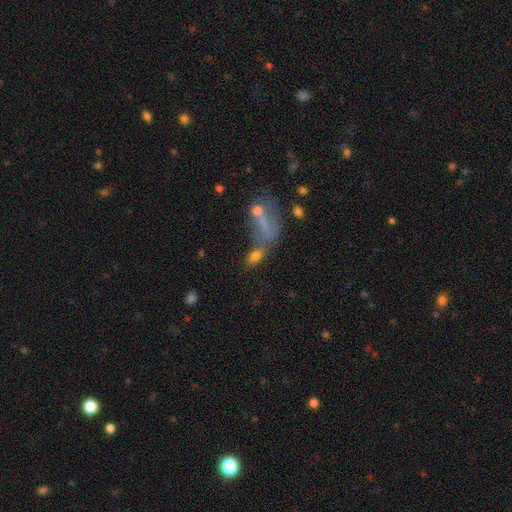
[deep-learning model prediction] Smooth or featured? Predicted: smooth (p=0.69). How rounded? Predicted: in between (p=0.75). Merging? Predicted: merger (p=0.39).